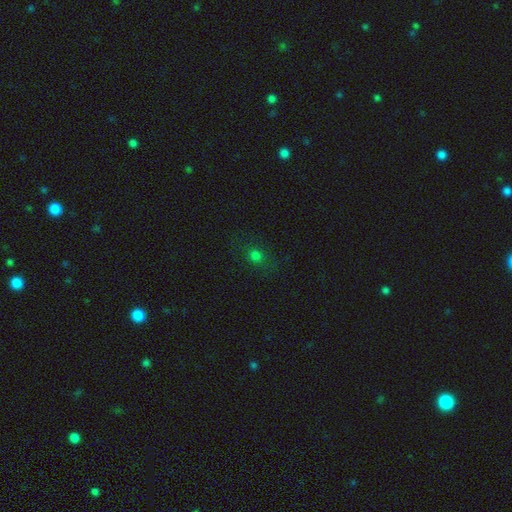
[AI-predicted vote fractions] smooth 73%, star or artifact 21%, featured or disk 7%. Down the decision tree: how rounded — round (69%); merging — none (77%).